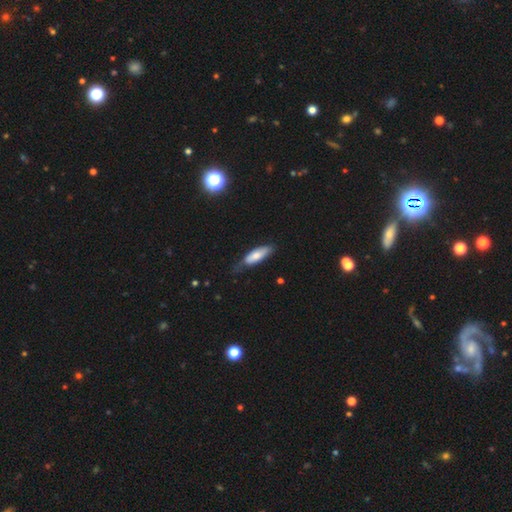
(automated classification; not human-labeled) smooth 71%, featured or disk 22%, star or artifact 6%. Down the decision tree: how rounded — in between (58%); merging — none (56%).